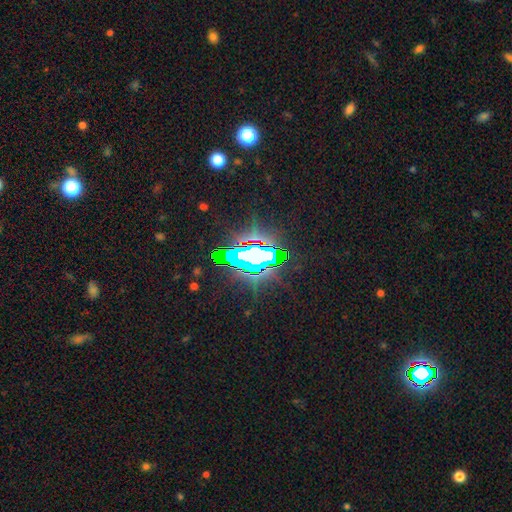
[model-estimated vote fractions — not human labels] smooth_or_featured: star or artifact (p=0.72) [alt: featured or disk p=0.14]